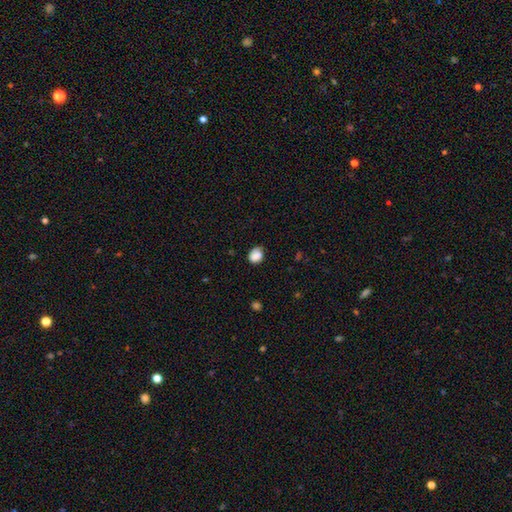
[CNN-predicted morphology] Smooth or featured: smooth — 84% (star or artifact — 9%)
How rounded: round — 57% (in between — 42%)
Merging: none — 66% (minor disturbance — 26%)